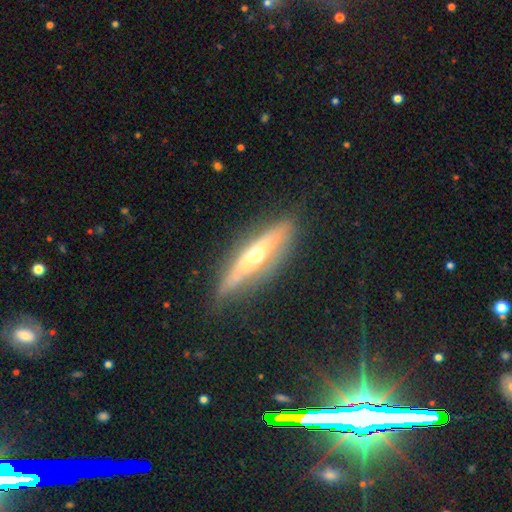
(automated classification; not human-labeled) smooth_or_featured: featured or disk (p=0.65) [alt: smooth p=0.28]
disk_edge_on: yes (p=0.74) [alt: no p=0.26]
merging: none (p=0.72) [alt: minor disturbance p=0.20]